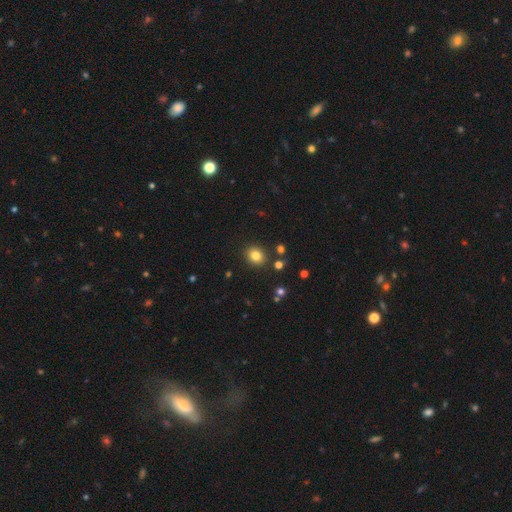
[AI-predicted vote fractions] A smooth galaxy with no disk features (81%) that is round (67%). Merging: none (87%).